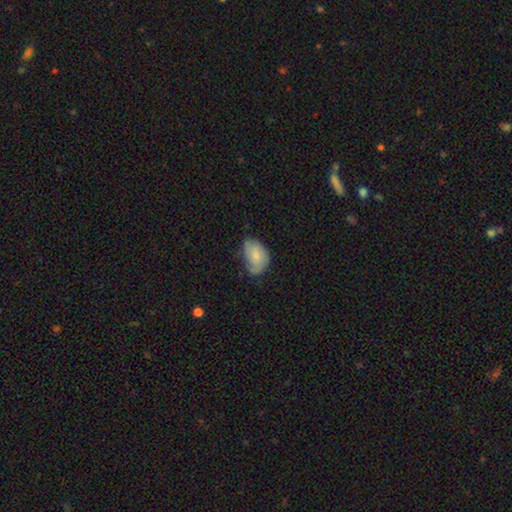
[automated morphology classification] This appears to be a smooth galaxy with no disk features (68%) that is in between round and cigar-shaped (88%). Merging: none (45%).